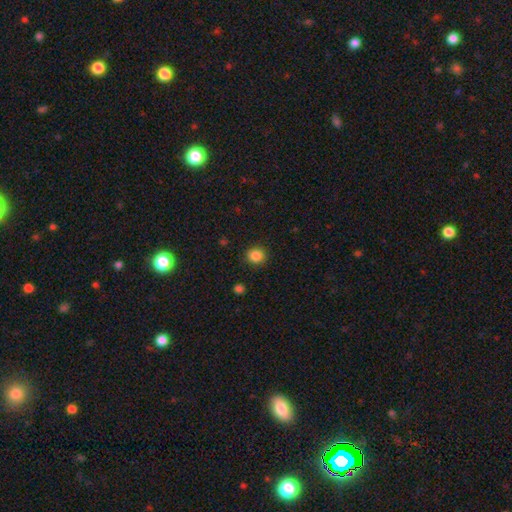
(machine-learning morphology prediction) type=smooth (86%); roundness=round (85%); merging=none (91%).